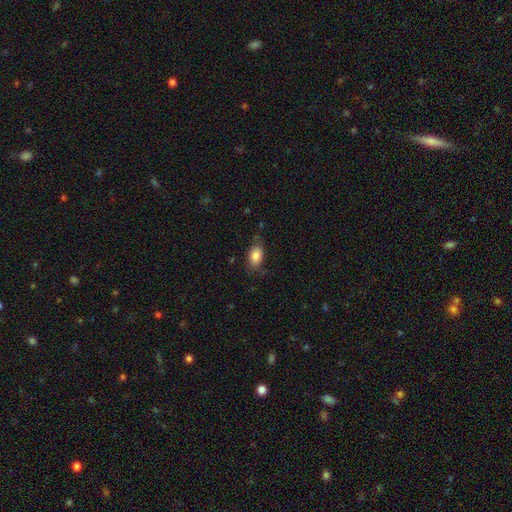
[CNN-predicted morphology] Overall: smooth (84%). How rounded: in between (89%). Merging: none (72%).